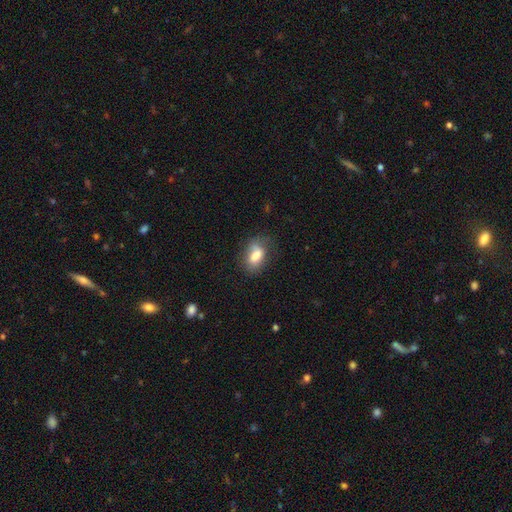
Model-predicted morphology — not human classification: A smooth galaxy with no disk features (74%) that is in between round and cigar-shaped (84%). Merging: none (65%).